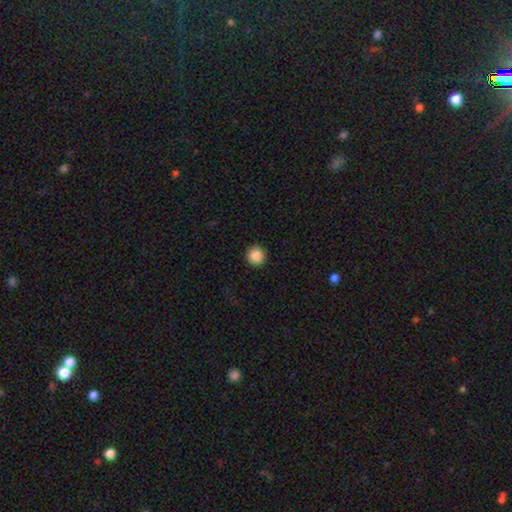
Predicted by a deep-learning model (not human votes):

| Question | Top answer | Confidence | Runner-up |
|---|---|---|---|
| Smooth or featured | smooth | 86% | star or artifact (9%) |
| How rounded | round | 94% | in between (5%) |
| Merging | none | 93% | minor disturbance (5%) |